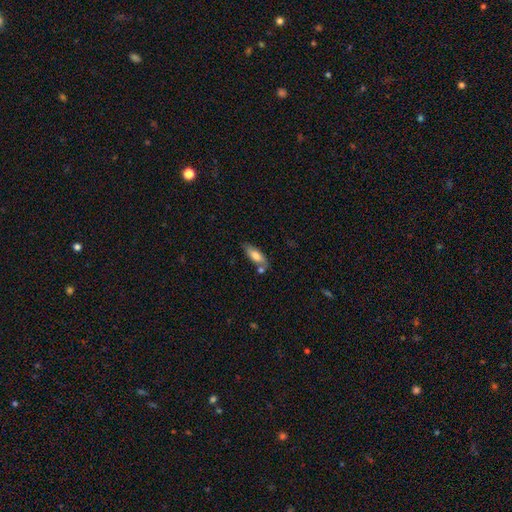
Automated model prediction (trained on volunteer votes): This appears to be a smooth galaxy with no disk features (71%) that is in between round and cigar-shaped (68%). Merging: none (63%).